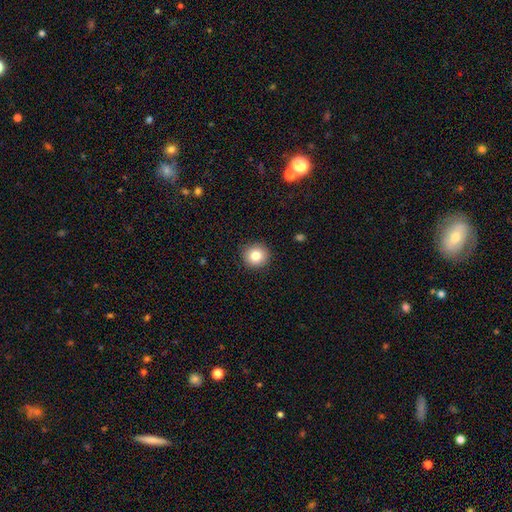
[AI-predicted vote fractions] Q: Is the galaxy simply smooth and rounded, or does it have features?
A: smooth — 82%.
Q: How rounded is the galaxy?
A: round — 93%.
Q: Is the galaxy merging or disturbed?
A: none — 91%.